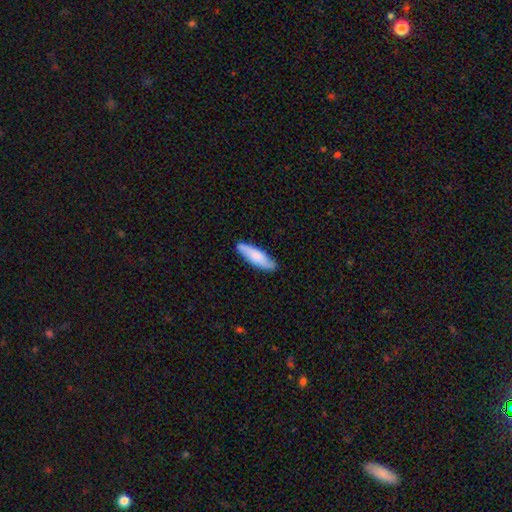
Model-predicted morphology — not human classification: A smooth galaxy with no disk features (72%) that is cigar-shaped (59%). Merging: none (83%).